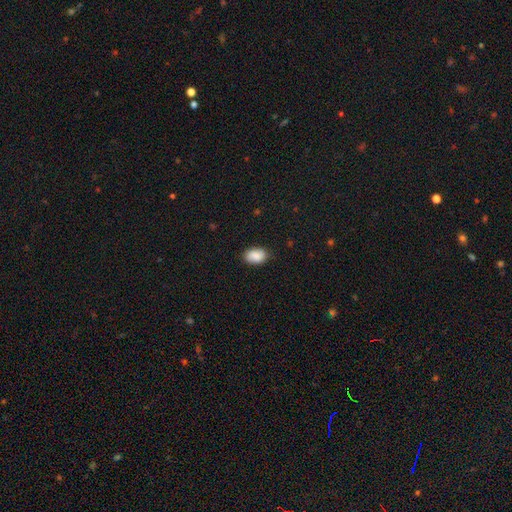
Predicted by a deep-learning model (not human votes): This appears to be a smooth galaxy with no disk features (87%) that is in between round and cigar-shaped (87%). Merging: none (83%).